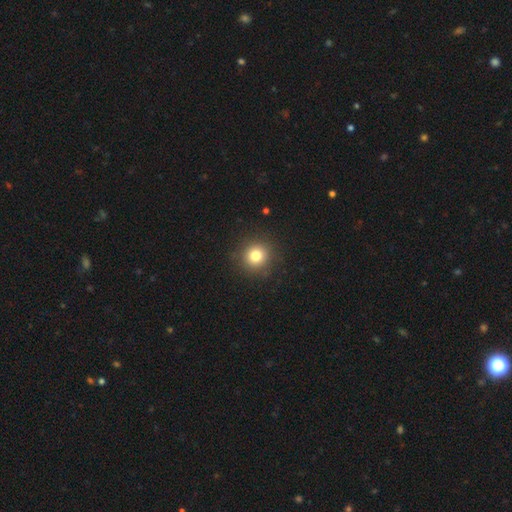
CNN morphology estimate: Smooth or featured: smooth — 79% (star or artifact — 13%)
How rounded: round — 93% (in between — 6%)
Merging: none — 90% (minor disturbance — 6%)